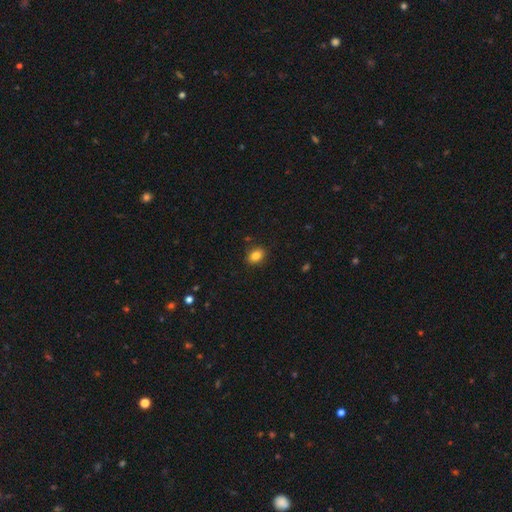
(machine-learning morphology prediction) Smooth or featured? smooth (85%)
How rounded? in between (71%)
Merging? none (88%)